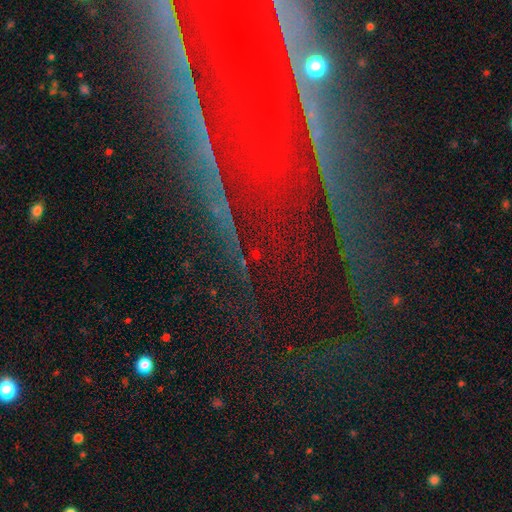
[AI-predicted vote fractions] Smooth or featured?
  - star or artifact: 76% *
  - smooth: 15%
  - featured or disk: 9%